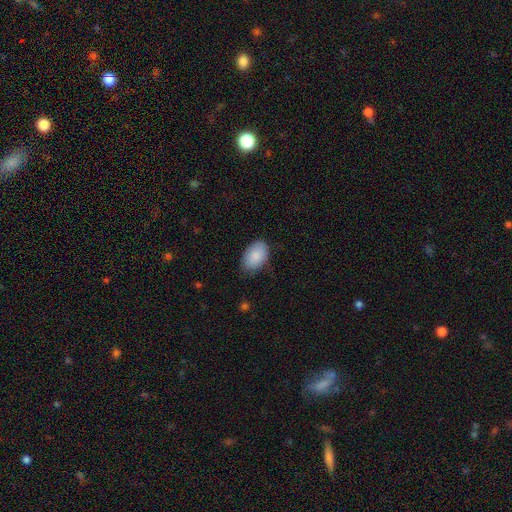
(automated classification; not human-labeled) A smooth galaxy with no disk features (88%) that is in between round and cigar-shaped (90%). Merging: none (77%).